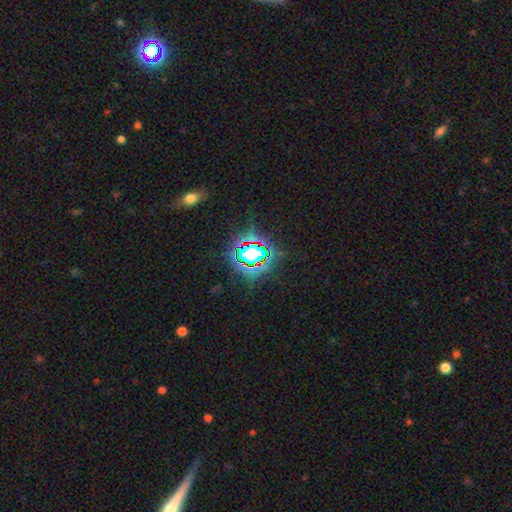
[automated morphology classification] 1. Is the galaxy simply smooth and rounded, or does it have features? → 77% star or artifact, 13% smooth, 10% featured or disk.